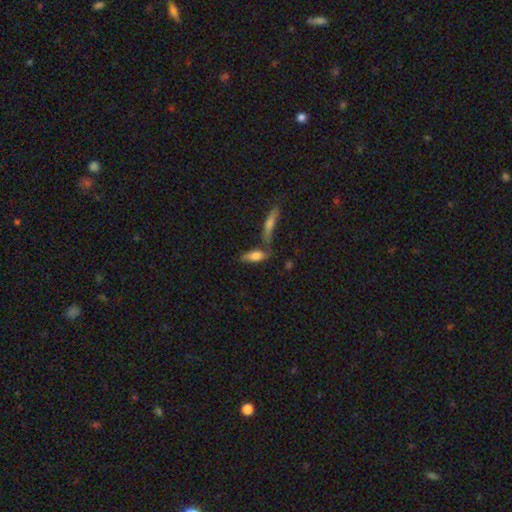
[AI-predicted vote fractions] smooth 71%, featured or disk 21%, star or artifact 8%. Down the decision tree: how rounded — in between (58%); merging — none (49%).